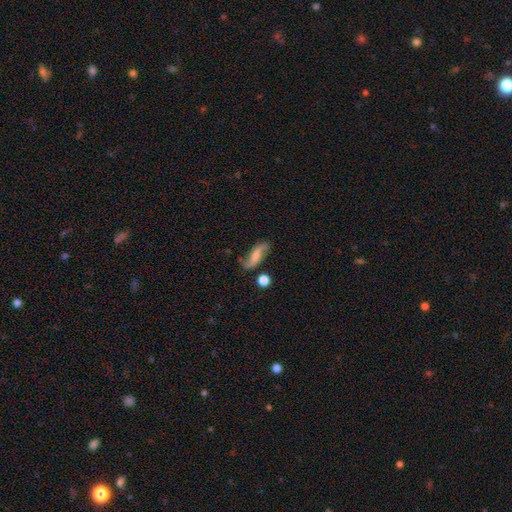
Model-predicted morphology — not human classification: featured or disk 63%, smooth 28%, star or artifact 9%. Down the decision tree: edge-on disk — no (89%); bar — no (43%); spiral arms — yes (92%); spiral arm count — 2 (91%); spiral winding — loose (80%); bulge size — none (41%); merging — none (69%).